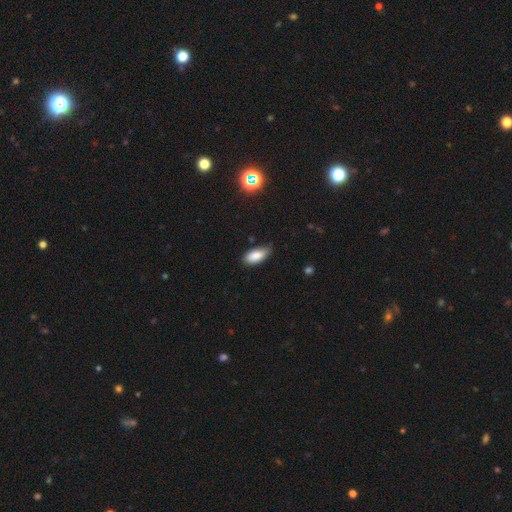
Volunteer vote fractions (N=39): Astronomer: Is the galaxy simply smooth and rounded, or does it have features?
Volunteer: smooth — 90%.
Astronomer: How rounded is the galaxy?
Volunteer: in between — 94%.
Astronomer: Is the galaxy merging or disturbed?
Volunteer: none — 47% (runner-up: minor disturbance, 45%).